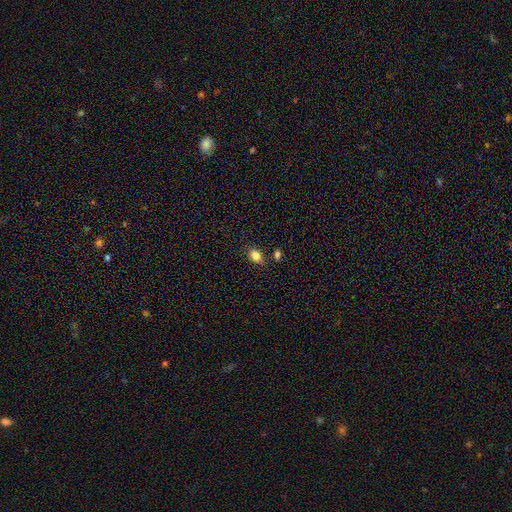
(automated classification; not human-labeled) A smooth galaxy with no disk features (84%) that is in between round and cigar-shaped (73%). Merging: none (79%).